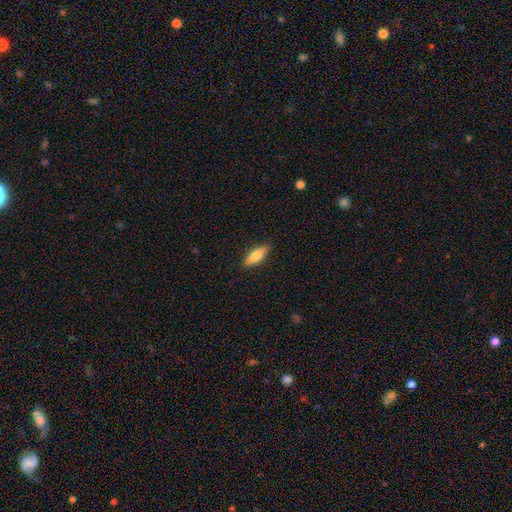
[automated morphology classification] This is likely a smooth galaxy (66%). How rounded: possibly cigar-shaped (51%). Merging: clearly none (88%).